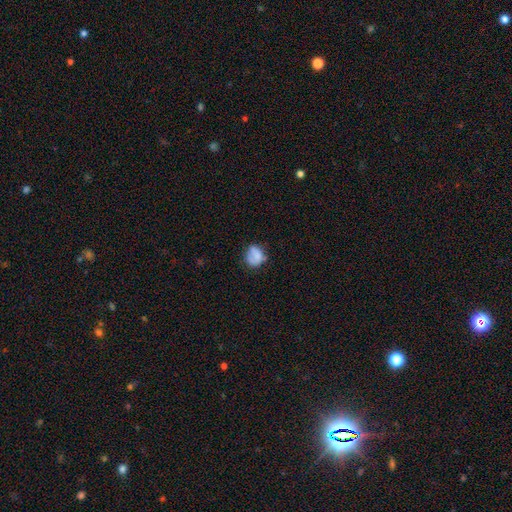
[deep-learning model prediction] The model was most divided on "how rounded": round: 61%, in between: 38%, cigar-shaped: 1%. More confident: smooth or featured — smooth (70%); merging — none (52%).